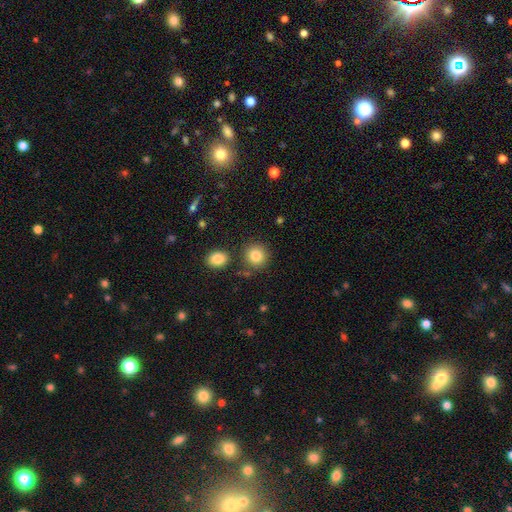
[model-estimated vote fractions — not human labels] smooth-or-featured: smooth: 84% | star or artifact: 10% | featured or disk: 7%
  how-rounded: round: 90% | in between: 9% | cigar-shaped: 1%
  merging: none: 82% | minor disturbance: 8% | merger: 7% | major disturbance: 3%